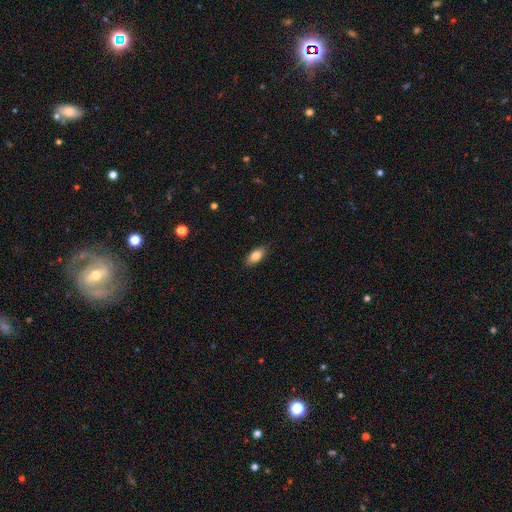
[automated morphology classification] Smooth or featured?
  - smooth: 83% *
  - featured or disk: 10%
  - star or artifact: 7%
How rounded?
  - in between: 88% *
  - cigar-shaped: 8%
  - round: 4%
Merging?
  - none: 86% *
  - minor disturbance: 11%
  - major disturbance: 2%
  - merger: 1%